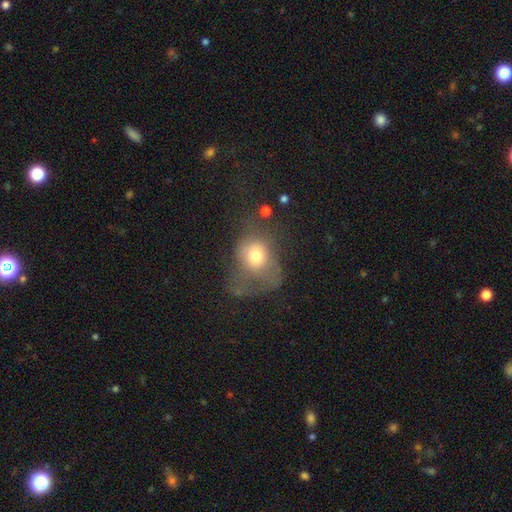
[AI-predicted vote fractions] Smooth or featured? smooth (66%)
How rounded? round (55%)
Merging? major disturbance (55%)